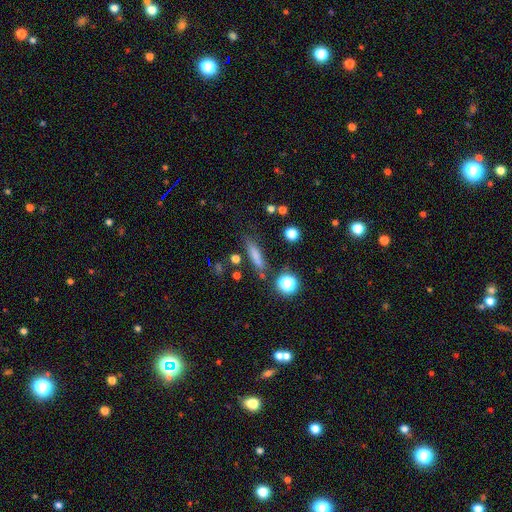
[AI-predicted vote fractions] Smooth or featured: smooth — 73% (featured or disk — 14%)
How rounded: cigar-shaped — 72% (in between — 22%)
Merging: none — 75% (minor disturbance — 14%)